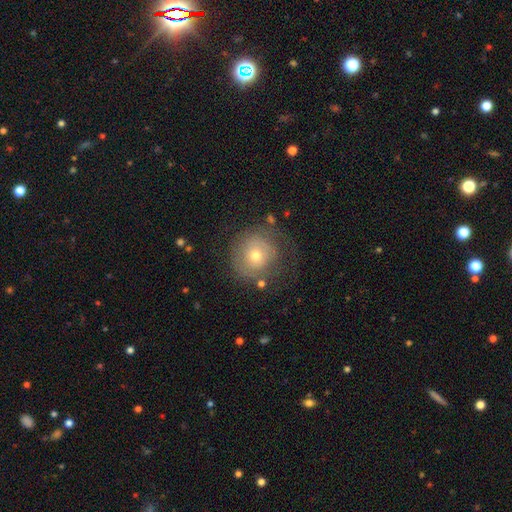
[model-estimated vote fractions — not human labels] Smooth or featured? Predicted: smooth (p=0.54). How rounded? Predicted: round (p=0.89). Merging? Predicted: none (p=0.63).